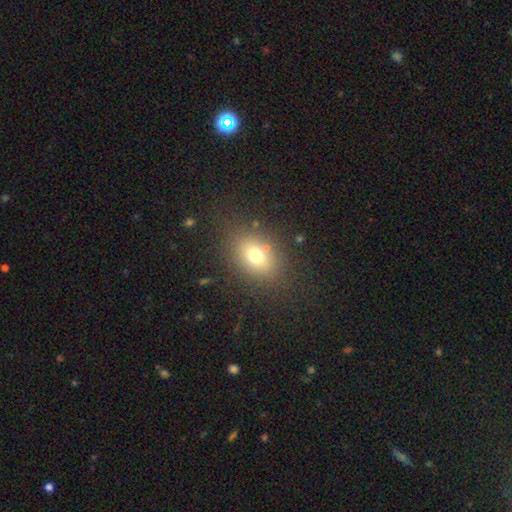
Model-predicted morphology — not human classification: Smooth or featured: smooth — 72% (star or artifact — 15%)
How rounded: in between — 66% (round — 33%)
Merging: none — 80% (minor disturbance — 11%)